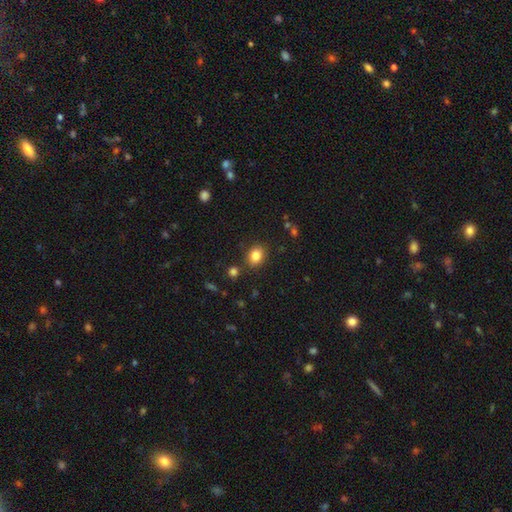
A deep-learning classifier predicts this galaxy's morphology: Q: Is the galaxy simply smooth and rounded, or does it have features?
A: smooth — 84%.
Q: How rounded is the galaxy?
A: in between — 57%.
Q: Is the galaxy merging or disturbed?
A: none — 83%.